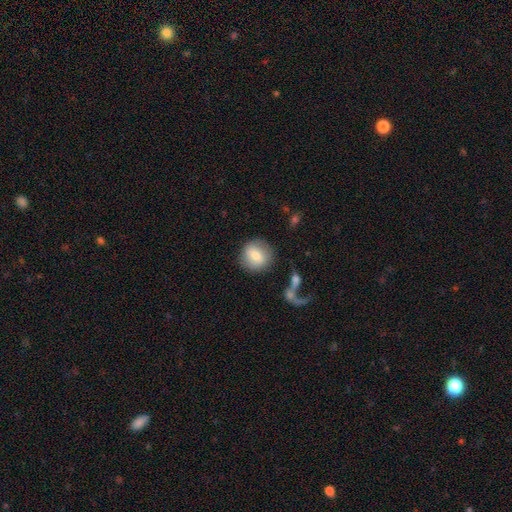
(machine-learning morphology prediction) Smooth or featured?
  - smooth: 69% *
  - featured or disk: 23%
  - star or artifact: 7%
How rounded?
  - round: 88% *
  - in between: 10%
  - cigar-shaped: 1%
Merging?
  - none: 80% *
  - minor disturbance: 11%
  - major disturbance: 5%
  - merger: 4%